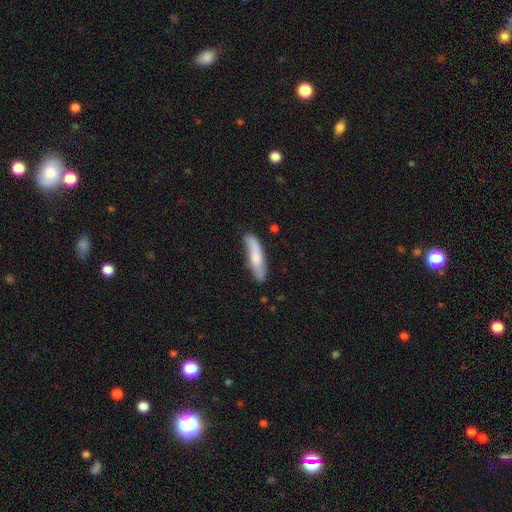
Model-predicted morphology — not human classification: This appears to be a smooth galaxy with no disk features (64%) that is cigar-shaped (75%). Merging: none (65%).